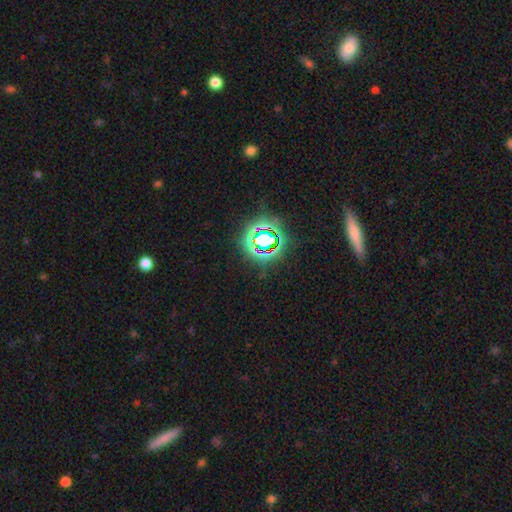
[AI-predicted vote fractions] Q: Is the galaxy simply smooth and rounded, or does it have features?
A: star or artifact — 69%.